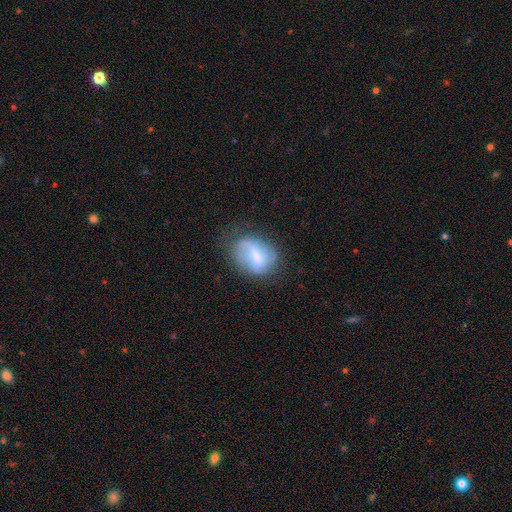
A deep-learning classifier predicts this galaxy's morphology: Smooth or featured? Predicted: smooth (p=0.52). How rounded? Predicted: in between (p=0.69). Merging? Predicted: none (p=0.49).